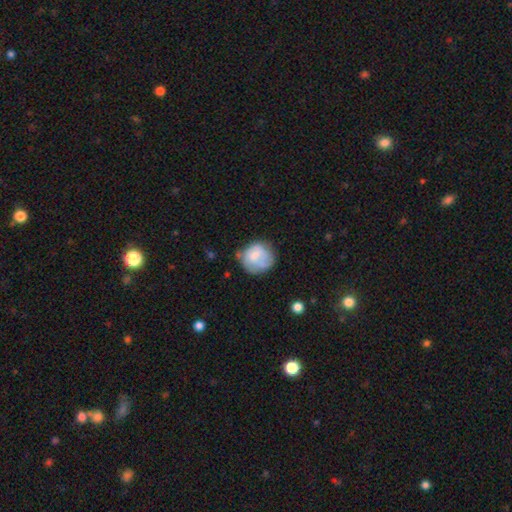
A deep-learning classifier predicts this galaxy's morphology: The model was most divided on "merging": none: 53%, minor disturbance: 29%, major disturbance: 14%, merger: 4%. More confident: how rounded — round (79%); smooth or featured — smooth (60%).